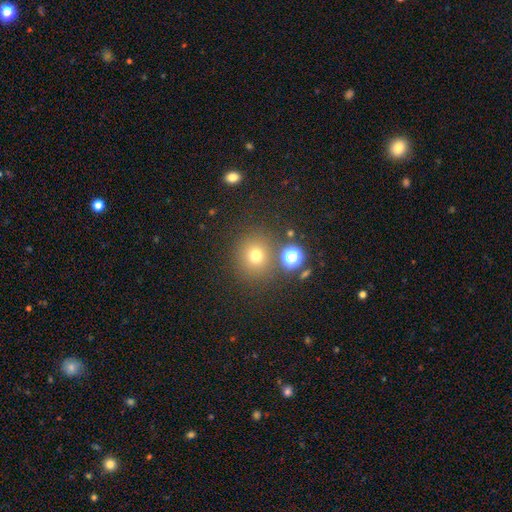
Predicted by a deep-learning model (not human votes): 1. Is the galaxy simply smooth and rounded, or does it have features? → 71% smooth, 21% star or artifact, 9% featured or disk.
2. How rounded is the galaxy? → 88% round, 11% in between, 1% cigar-shaped.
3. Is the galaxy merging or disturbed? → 81% none, 9% minor disturbance, 6% merger, 4% major disturbance.